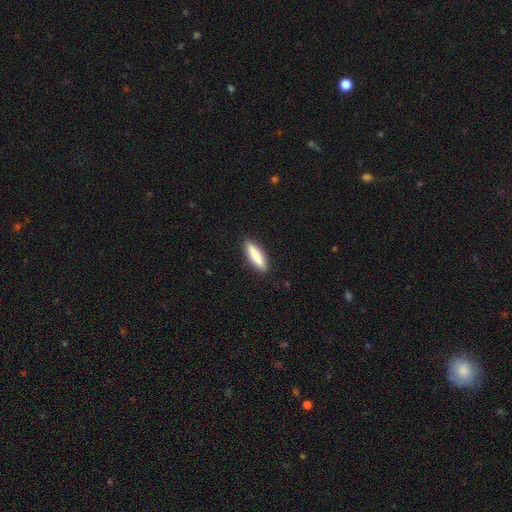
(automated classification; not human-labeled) Smooth or featured: smooth — 81% (featured or disk — 13%)
How rounded: cigar-shaped — 71% (in between — 28%)
Merging: none — 90% (minor disturbance — 7%)